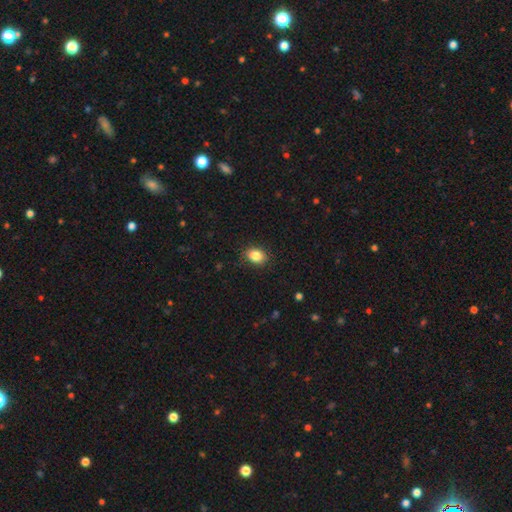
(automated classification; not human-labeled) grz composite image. It shows a smooth galaxy with no disk features (86%) that is in between round and cigar-shaped (66%). Merging: none (87%).